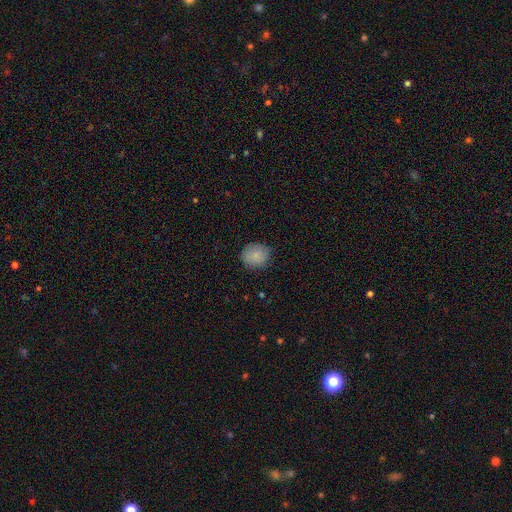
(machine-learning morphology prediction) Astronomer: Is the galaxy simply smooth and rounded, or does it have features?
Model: smooth — 82%.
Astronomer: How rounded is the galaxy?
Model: round — 80%.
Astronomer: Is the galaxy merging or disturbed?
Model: none — 77%.